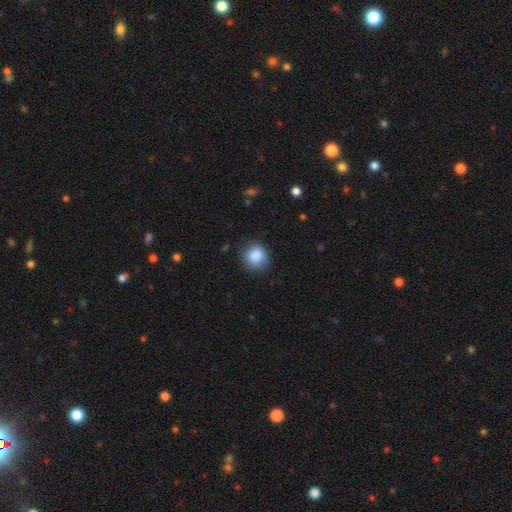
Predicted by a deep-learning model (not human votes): Q: Smooth or featured?
A: smooth (87%); runner-up: star or artifact (8%)
Q: How rounded?
A: round (86%); runner-up: in between (13%)
Q: Merging?
A: none (81%); runner-up: minor disturbance (14%)